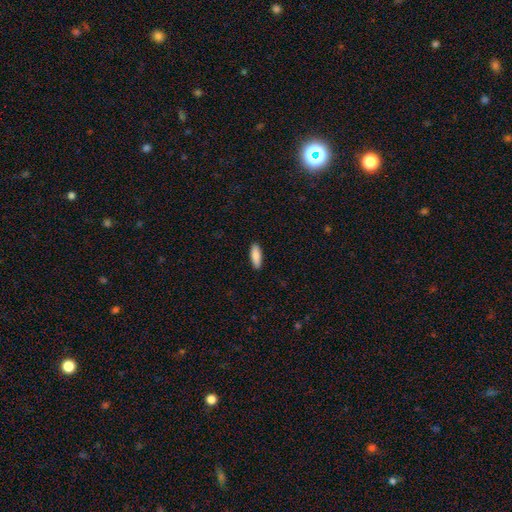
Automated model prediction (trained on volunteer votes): smooth 87%, featured or disk 8%, star or artifact 6%. Down the decision tree: how rounded — in between (59%); merging — none (90%).